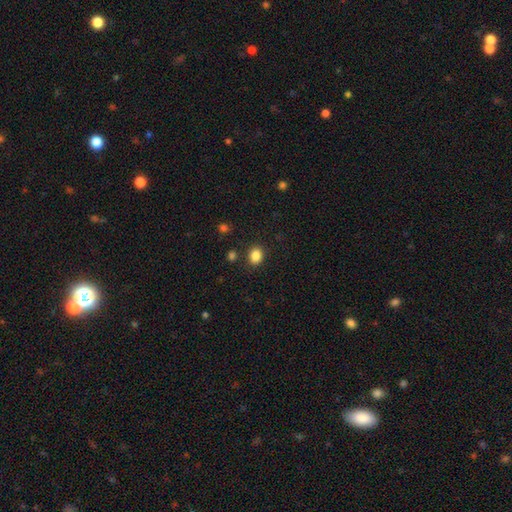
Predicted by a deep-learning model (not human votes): Smooth or featured: smooth — 86% (star or artifact — 11%)
How rounded: round — 57% (in between — 42%)
Merging: none — 86% (minor disturbance — 8%)